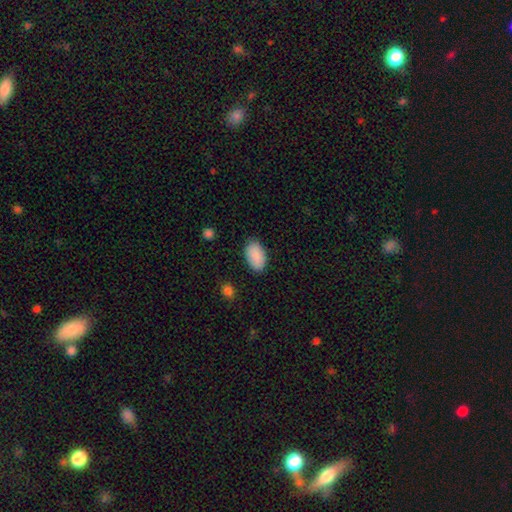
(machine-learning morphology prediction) Smooth or featured? smooth (90%)
How rounded? in between (94%)
Merging? none (85%)